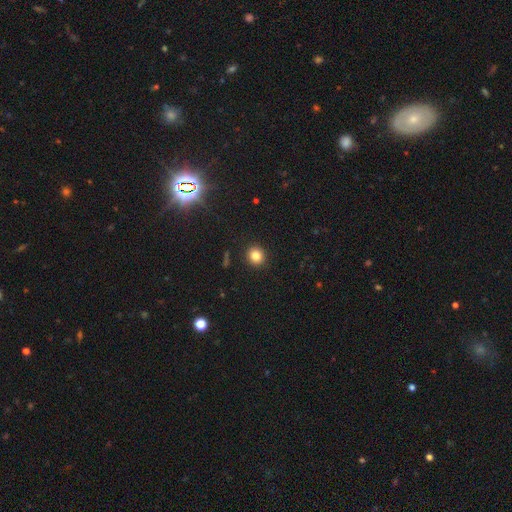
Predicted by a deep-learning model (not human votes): Morphology: type=smooth (83%); roundness=round (88%); merging=none (92%).